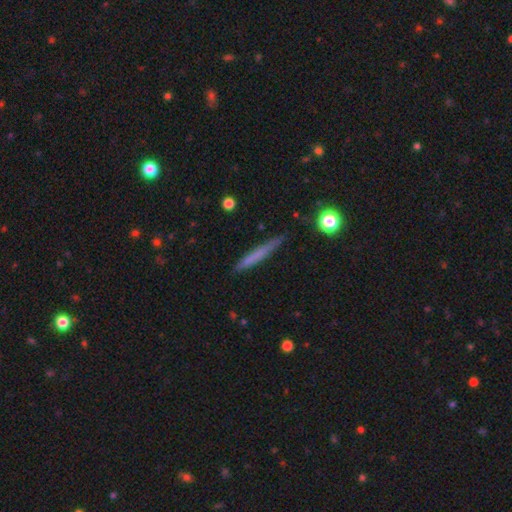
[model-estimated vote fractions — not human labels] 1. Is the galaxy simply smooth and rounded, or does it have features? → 60% smooth, 33% featured or disk, 7% star or artifact.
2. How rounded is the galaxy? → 96% cigar-shaped, 3% in between, 2% round.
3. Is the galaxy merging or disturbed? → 86% none, 10% minor disturbance, 2% major disturbance, 2% merger.